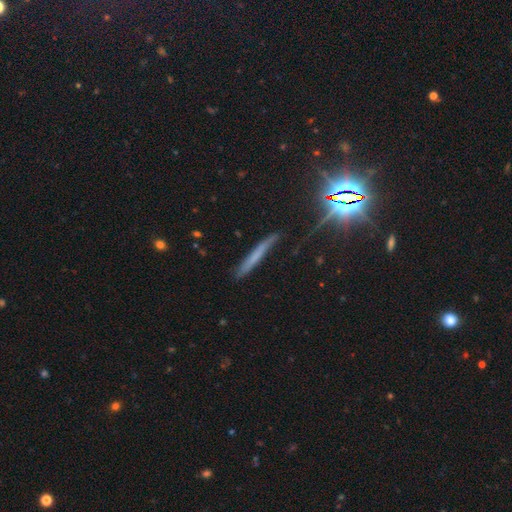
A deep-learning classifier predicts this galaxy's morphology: Q: Smooth or featured?
A: smooth (51%); runner-up: featured or disk (33%)
Q: How rounded?
A: cigar-shaped (95%); runner-up: in between (3%)
Q: Merging?
A: none (82%); runner-up: minor disturbance (14%)